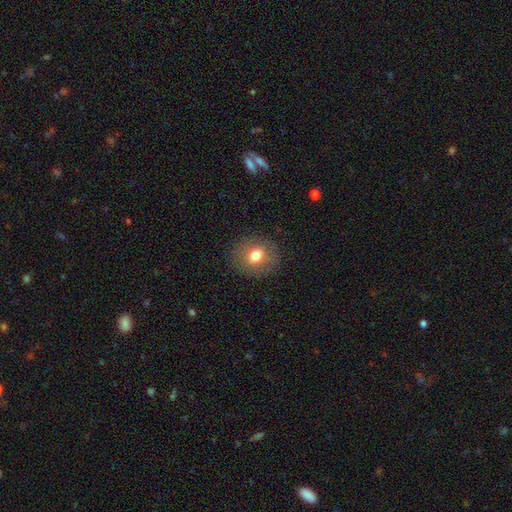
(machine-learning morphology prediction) Smooth or featured?
  - smooth: 75% *
  - featured or disk: 15%
  - star or artifact: 10%
How rounded?
  - round: 72% *
  - in between: 27%
  - cigar-shaped: 1%
Merging?
  - none: 86% *
  - minor disturbance: 9%
  - major disturbance: 4%
  - merger: 1%